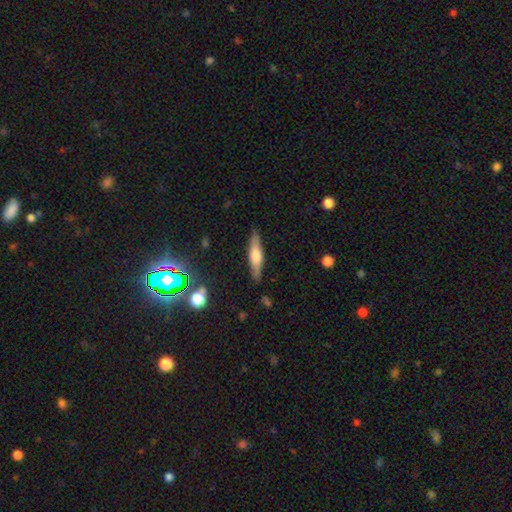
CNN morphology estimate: This appears to be a featured or disk galaxy (49%). Merging: none (87%).